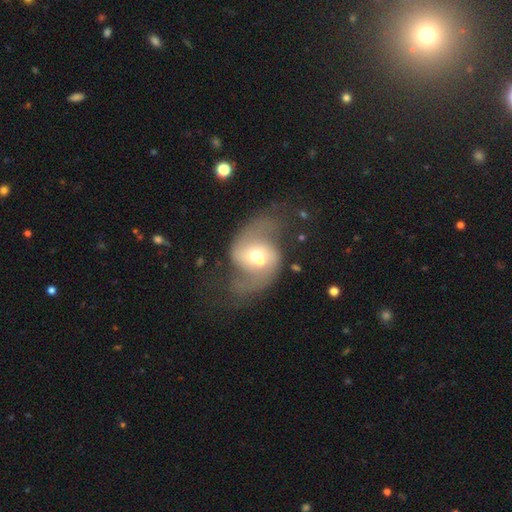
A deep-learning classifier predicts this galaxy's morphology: Overall: featured or disk (81%). Edge-on disk: no (97%). Bar: no (54%; weak 32%). Spiral arms: yes (92%). Spiral arm count: 2 (92%). Spiral winding: loose (65%; medium 30%). Bulge size: moderate (52%; small 38%). Merging: none (41%; merger 34%).